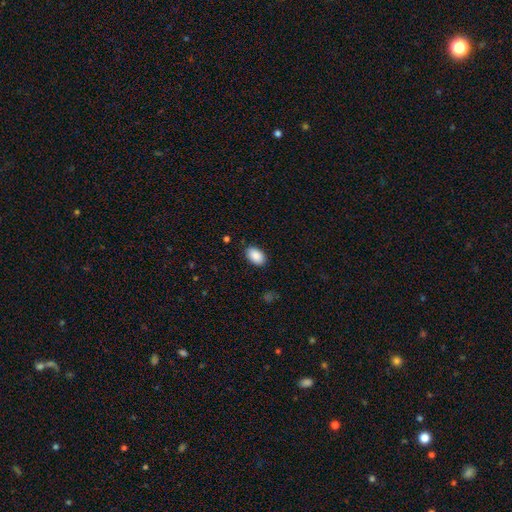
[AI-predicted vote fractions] A smooth galaxy with no disk features (89%) that is in between round and cigar-shaped (92%).

Vote fractions:
- Smooth or featured? smooth: 89% / star or artifact: 7% / featured or disk: 4%
- How rounded? in between: 92% / round: 7% / cigar-shaped: 1%
- Merging? none: 87% / minor disturbance: 9% / major disturbance: 2% / merger: 1%